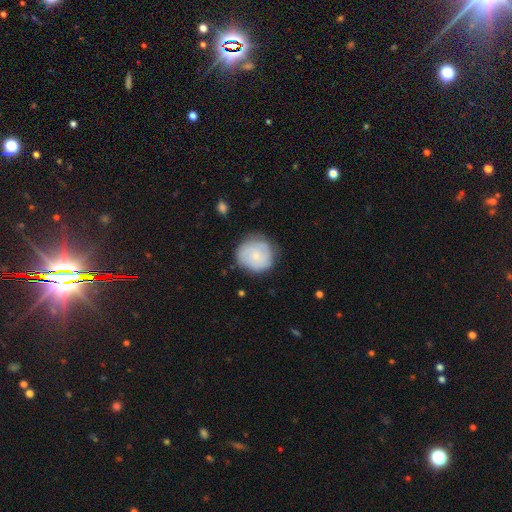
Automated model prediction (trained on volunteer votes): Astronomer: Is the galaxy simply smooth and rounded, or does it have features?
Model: smooth — 62%.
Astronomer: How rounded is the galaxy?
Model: round — 89%.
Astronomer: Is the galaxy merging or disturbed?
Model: none — 72%.